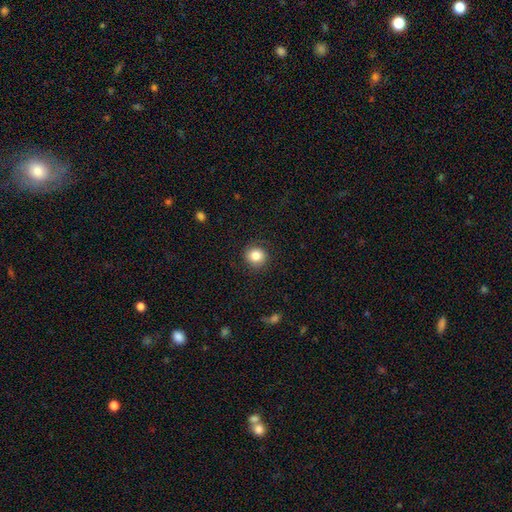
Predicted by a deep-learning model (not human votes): smooth-or-featured: smooth: 84% | star or artifact: 9% | featured or disk: 7%
  how-rounded: round: 89% | in between: 10% | cigar-shaped: 1%
  merging: none: 87% | minor disturbance: 9% | major disturbance: 3% | merger: 1%